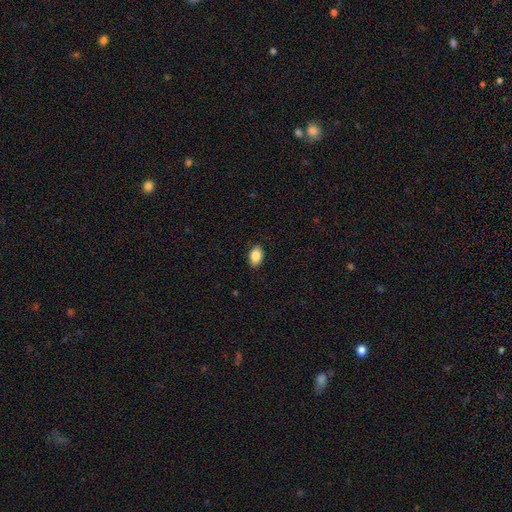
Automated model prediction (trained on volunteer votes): A smooth galaxy with no disk features (88%) that is in between round and cigar-shaped (88%).

Vote fractions:
- Smooth or featured? smooth: 88% / star or artifact: 7% / featured or disk: 5%
- How rounded? in between: 88% / round: 11% / cigar-shaped: 1%
- Merging? none: 87% / minor disturbance: 10% / major disturbance: 2% / merger: 1%